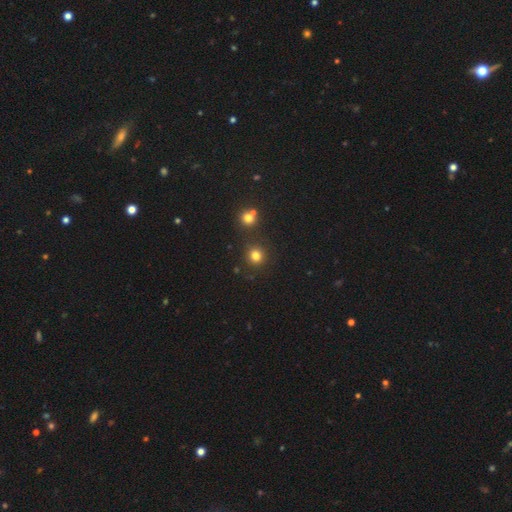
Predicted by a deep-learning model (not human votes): This appears to be a smooth galaxy with no disk features (79%) that is round (92%). Merging: none (84%).